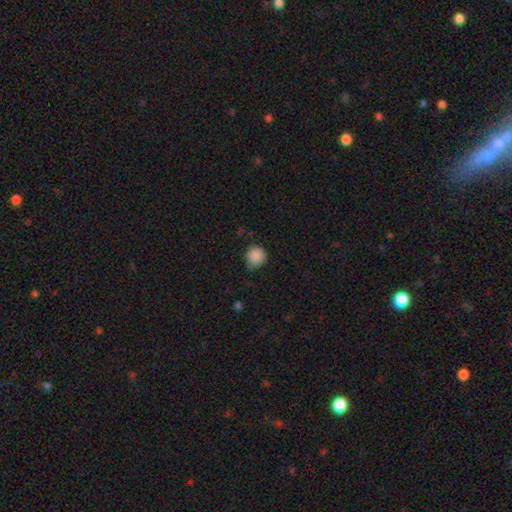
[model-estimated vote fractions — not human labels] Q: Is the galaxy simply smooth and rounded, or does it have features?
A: smooth — 87%.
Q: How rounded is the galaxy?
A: round — 91%.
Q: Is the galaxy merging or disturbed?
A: none — 72%.